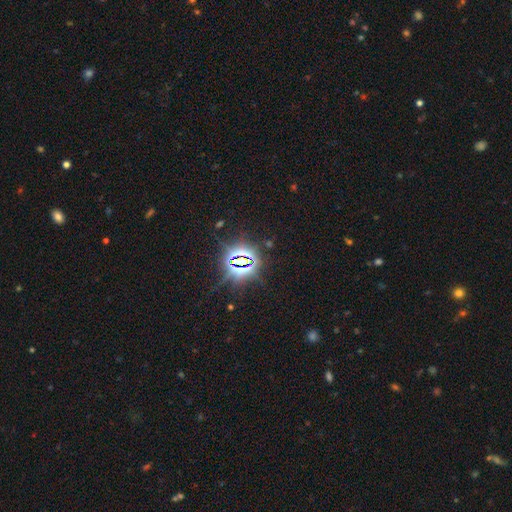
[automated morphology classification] smooth_or_featured: star or artifact (p=0.84) [alt: smooth p=0.10]